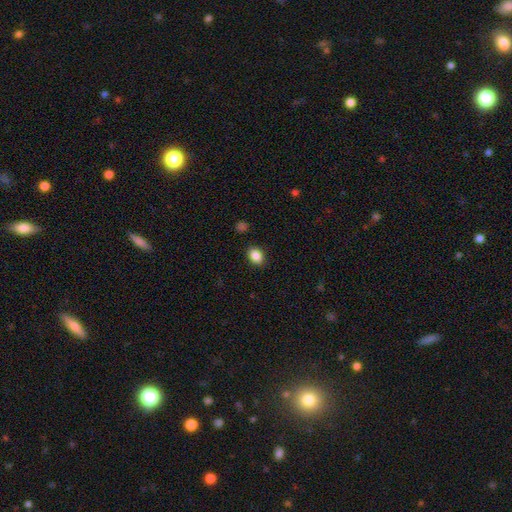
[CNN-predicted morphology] This appears to be a smooth galaxy with no disk features (87%) that is in between round and cigar-shaped (66%). Merging: none (89%).